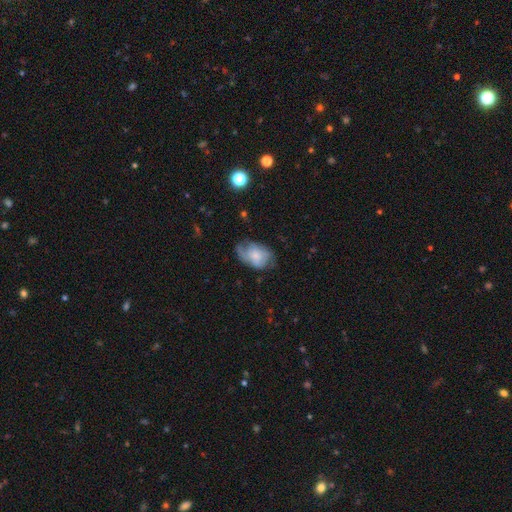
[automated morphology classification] type=smooth (50%); merging=none (45%).